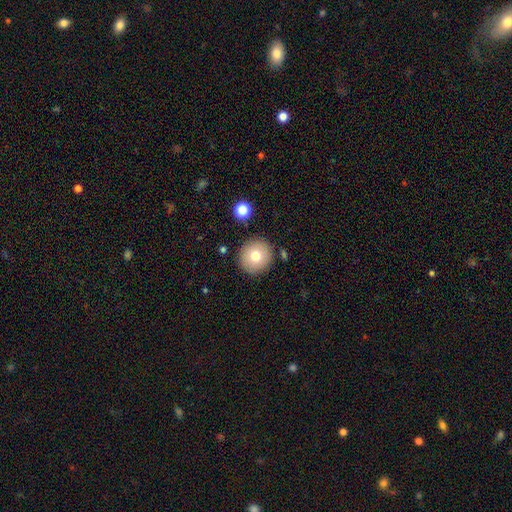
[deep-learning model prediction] Smooth or featured? smooth (76%)
How rounded? round (94%)
Merging? none (88%)